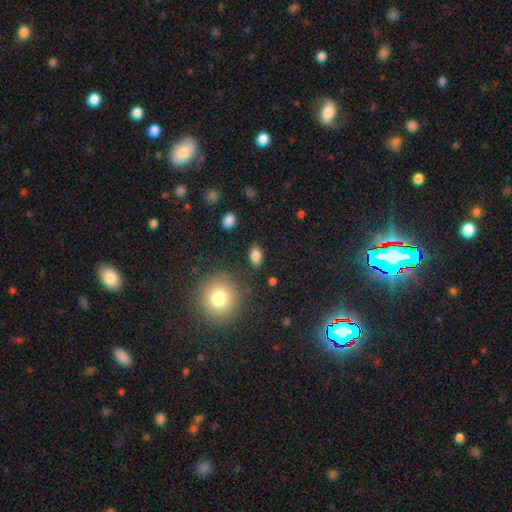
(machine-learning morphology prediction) This appears to be a smooth galaxy with no disk features (84%) that is in between round and cigar-shaped (85%). Merging: none (83%).